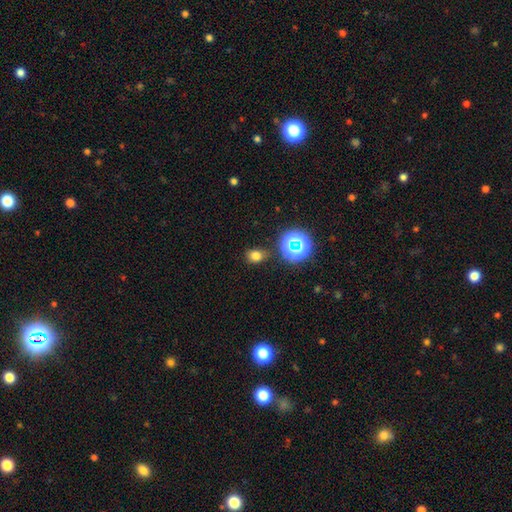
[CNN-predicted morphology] Smooth or featured: smooth — 71% (star or artifact — 22%)
How rounded: round — 51% (in between — 48%)
Merging: none — 79% (minor disturbance — 14%)